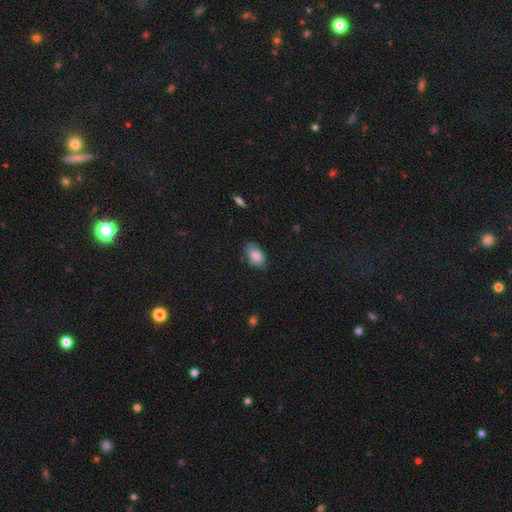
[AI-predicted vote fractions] Overall: smooth (80%). How rounded: in between (92%). Merging: none (75%).